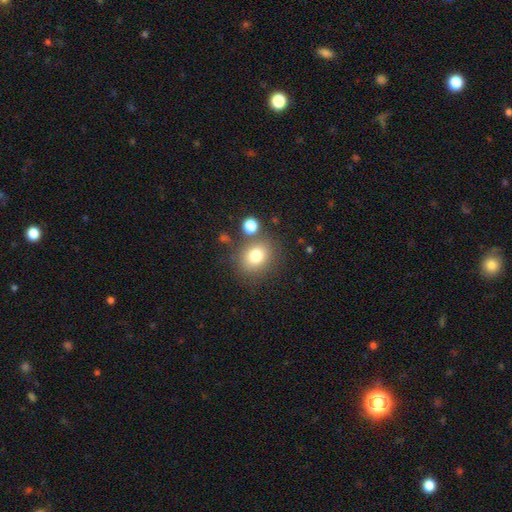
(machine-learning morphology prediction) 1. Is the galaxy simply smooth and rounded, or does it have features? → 78% smooth, 12% star or artifact, 10% featured or disk.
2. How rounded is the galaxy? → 65% round, 34% in between, 1% cigar-shaped.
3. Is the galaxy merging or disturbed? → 74% none, 11% minor disturbance, 11% merger, 4% major disturbance.